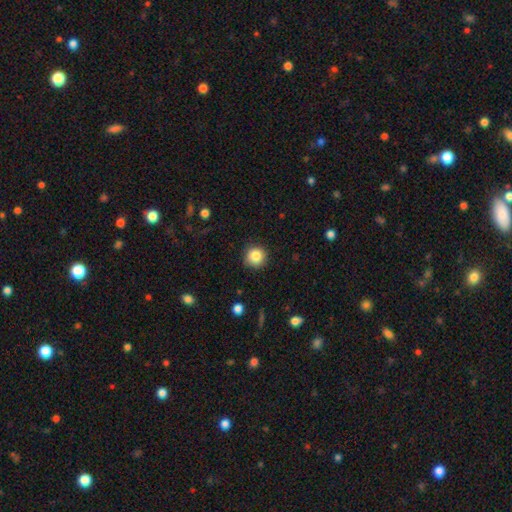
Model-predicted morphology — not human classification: A smooth galaxy with no disk features (85%) that is round (94%). Merging: none (89%).